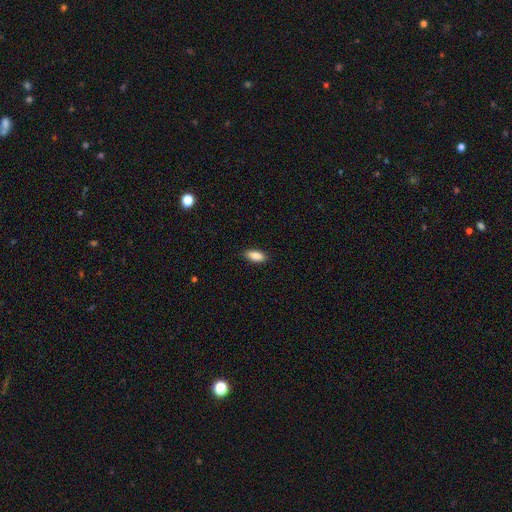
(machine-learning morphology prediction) A smooth galaxy with no disk features (89%) that is in between round and cigar-shaped (87%).

Vote fractions:
- Smooth or featured? smooth: 89% / star or artifact: 7% / featured or disk: 5%
- How rounded? in between: 87% / cigar-shaped: 10% / round: 2%
- Merging? none: 87% / minor disturbance: 10% / major disturbance: 2% / merger: 1%